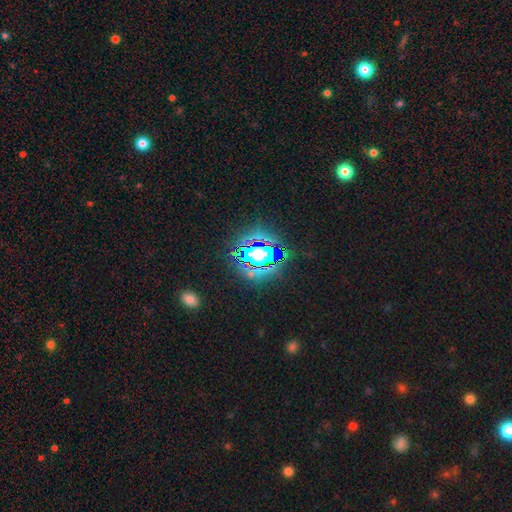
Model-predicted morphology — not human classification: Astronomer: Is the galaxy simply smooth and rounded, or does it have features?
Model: star or artifact — 79%.